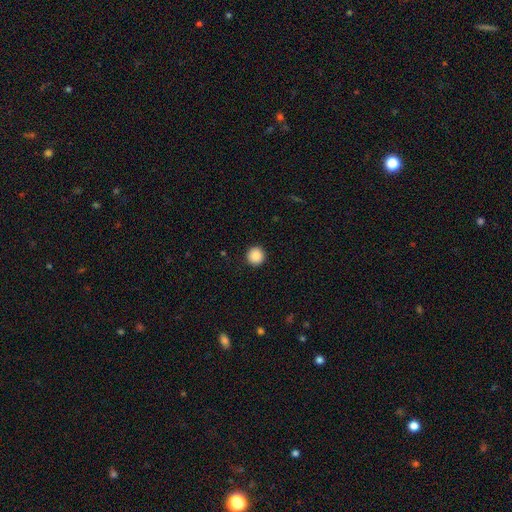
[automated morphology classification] A smooth galaxy with no disk features (88%) that is round (95%).

Vote fractions:
- Smooth or featured? smooth: 88% / star or artifact: 9% / featured or disk: 3%
- How rounded? round: 95% / in between: 4% / cigar-shaped: 1%
- Merging? none: 92% / minor disturbance: 5% / major disturbance: 2% / merger: 1%